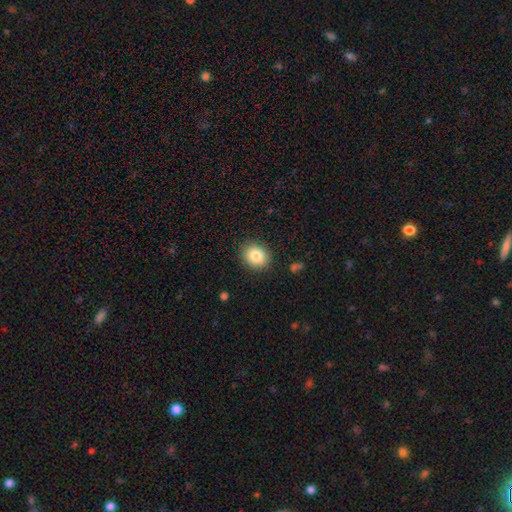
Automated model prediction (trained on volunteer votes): smooth 83%, star or artifact 9%, featured or disk 8%. Down the decision tree: how rounded — round (69%); merging — none (89%).